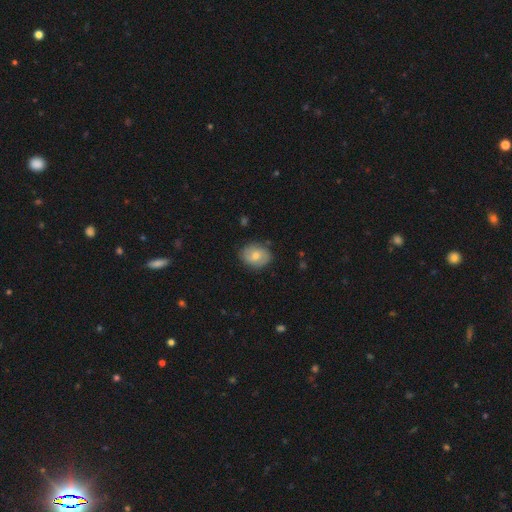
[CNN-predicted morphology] A smooth galaxy with no disk features (56%) that is round (50%). Merging: none (79%).